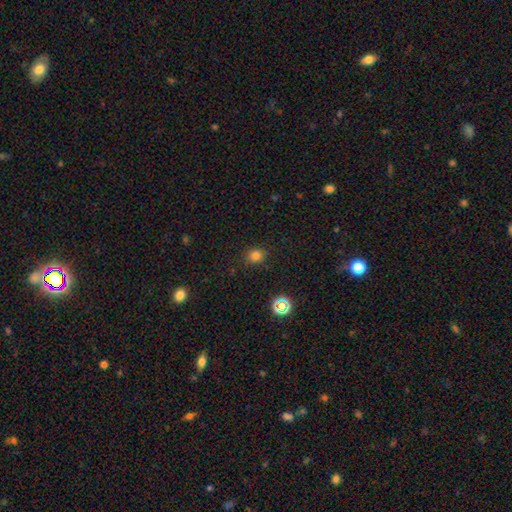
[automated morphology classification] Smooth or featured? smooth (78%)
How rounded? round (76%)
Merging? none (86%)